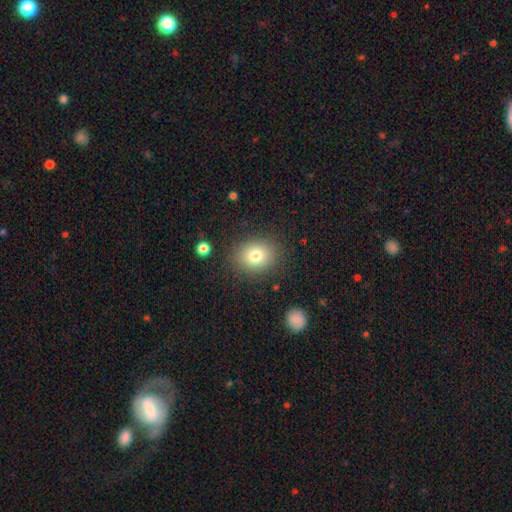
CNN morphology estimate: This appears to be a smooth galaxy with no disk features (77%) that is round (57%). Merging: none (85%).